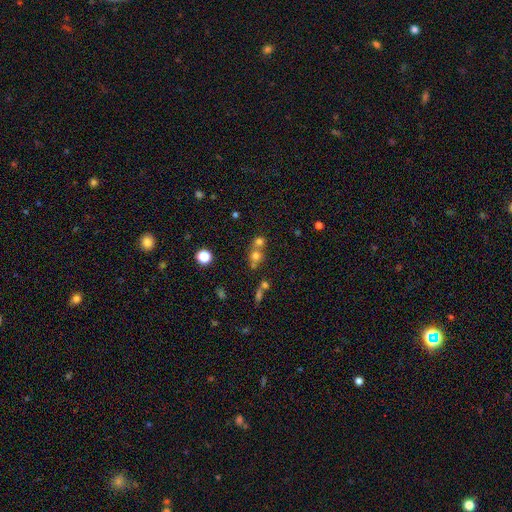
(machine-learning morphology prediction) smooth 67%, star or artifact 19%, featured or disk 14%. Down the decision tree: how rounded — round (82%); merging — merger (49%).